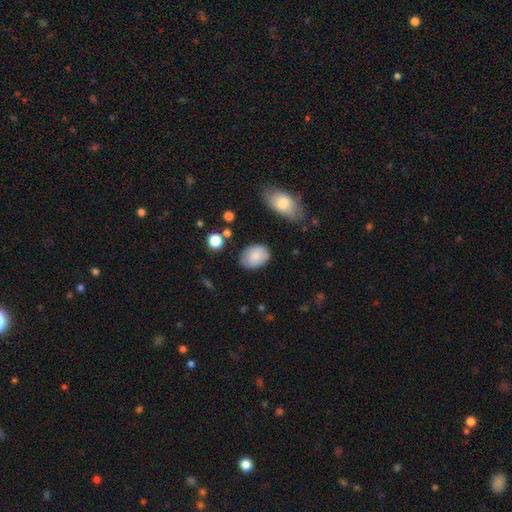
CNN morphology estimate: The model was most divided on "merging": none: 76%, minor disturbance: 18%, major disturbance: 4%, merger: 2%. More confident: smooth or featured — smooth (83%); how rounded — in between (82%).